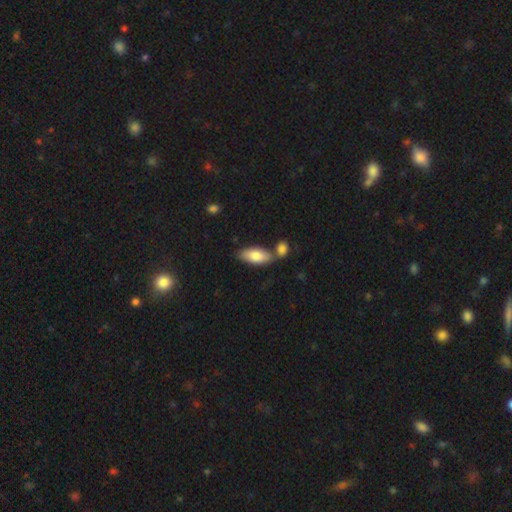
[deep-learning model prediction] The model was most divided on "merging": none: 60%, merger: 24%, minor disturbance: 13%, major disturbance: 3%. More confident: how rounded — in between (86%); smooth or featured — smooth (82%).